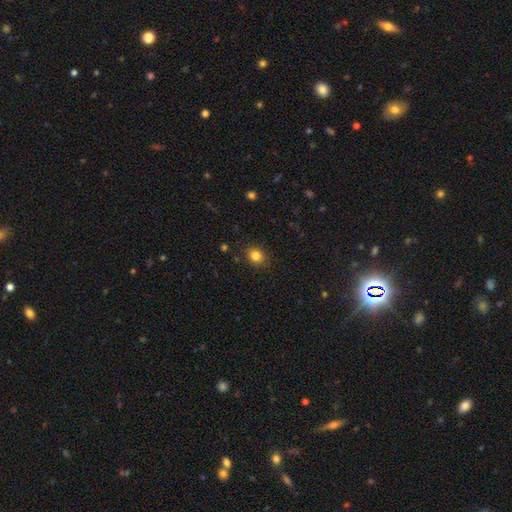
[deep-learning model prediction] smooth-or-featured: smooth: 83% | star or artifact: 12% | featured or disk: 5%
  how-rounded: round: 69% | in between: 30% | cigar-shaped: 1%
  merging: none: 87% | minor disturbance: 9% | major disturbance: 2% | merger: 1%